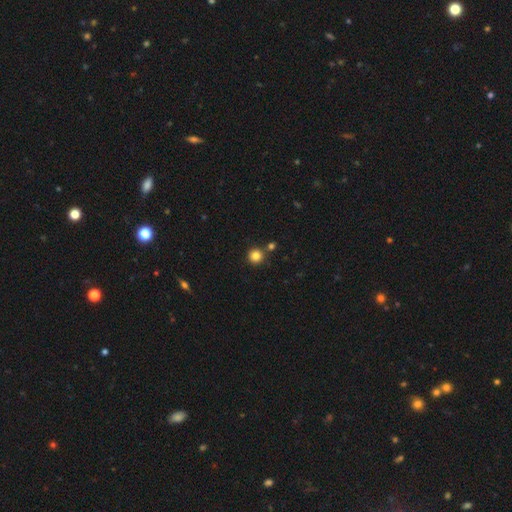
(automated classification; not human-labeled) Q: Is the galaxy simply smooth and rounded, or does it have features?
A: smooth — 83%.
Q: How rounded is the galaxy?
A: round — 95%.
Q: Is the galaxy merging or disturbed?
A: none — 82%.